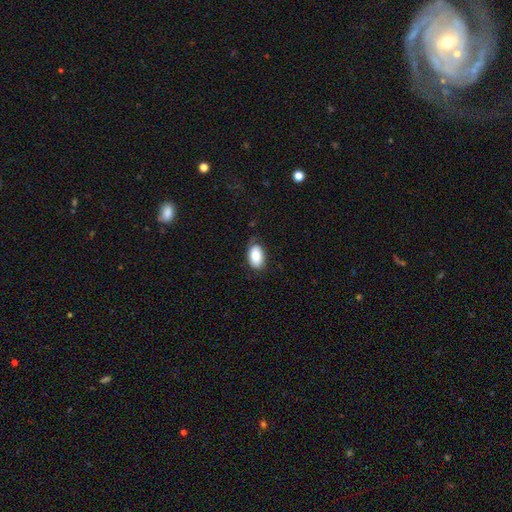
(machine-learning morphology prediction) Smooth or featured? smooth (83%)
How rounded? in between (93%)
Merging? none (67%)